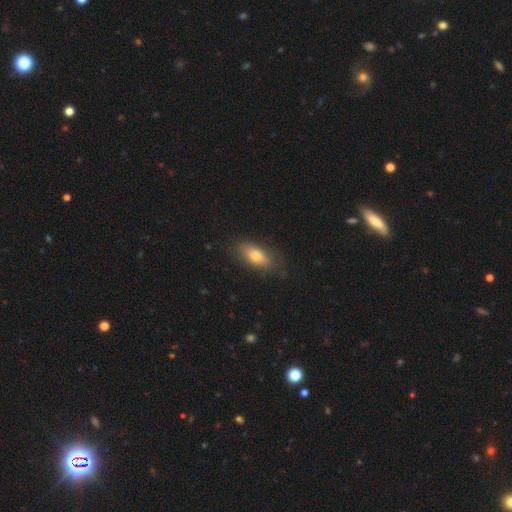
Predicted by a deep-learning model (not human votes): A smooth galaxy with no disk features (77%) that is in between round and cigar-shaped (81%). Merging: none (79%).